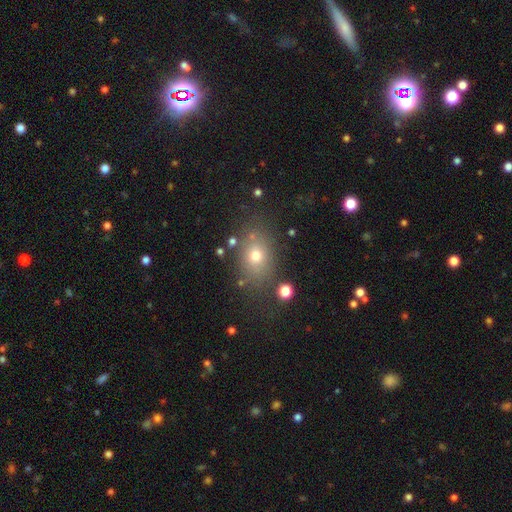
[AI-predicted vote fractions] smooth 69%, star or artifact 17%, featured or disk 14%. Down the decision tree: how rounded — in between (62%); merging — none (76%).